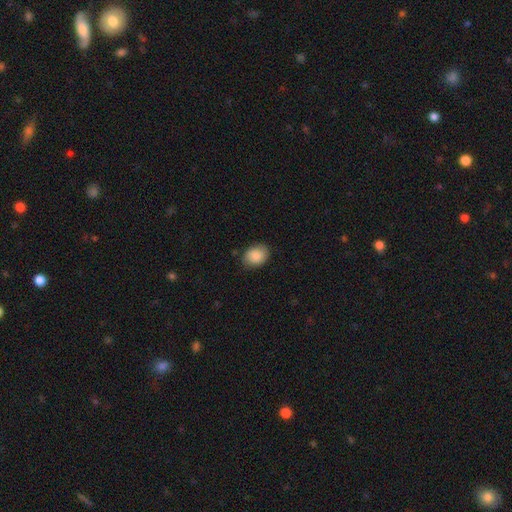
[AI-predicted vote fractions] smooth_or_featured: smooth (p=0.87) [alt: star or artifact p=0.07]
how_rounded: in between (p=0.63) [alt: round p=0.36]
merging: none (p=0.78) [alt: minor disturbance p=0.18]